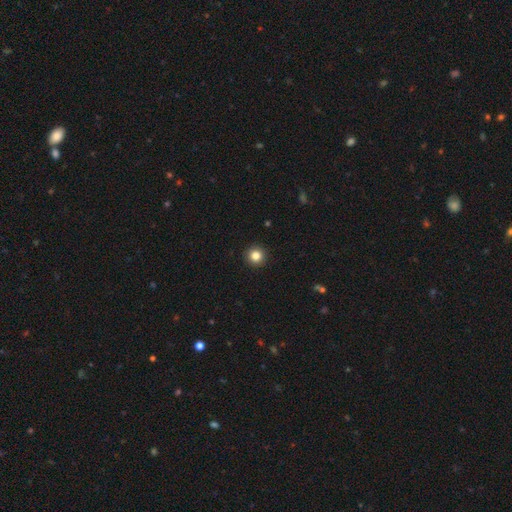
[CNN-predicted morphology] A smooth galaxy with no disk features (84%) that is round (96%).

Vote fractions:
- Smooth or featured? smooth: 84% / star or artifact: 11% / featured or disk: 5%
- How rounded? round: 96% / in between: 3% / cigar-shaped: 1%
- Merging? none: 94% / minor disturbance: 4% / major disturbance: 1% / merger: 1%